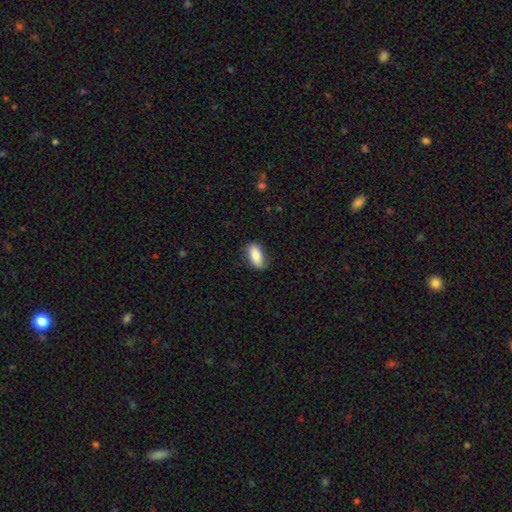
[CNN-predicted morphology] Overall: smooth (83%). How rounded: in between (89%). Merging: none (79%).